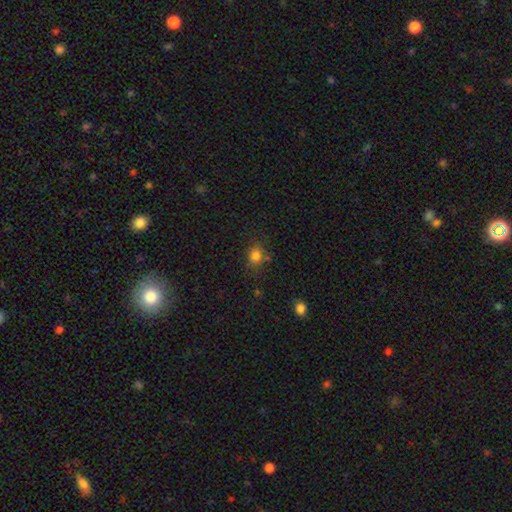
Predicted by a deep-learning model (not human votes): A smooth galaxy with no disk features (79%) that is round (58%). Merging: none (70%).